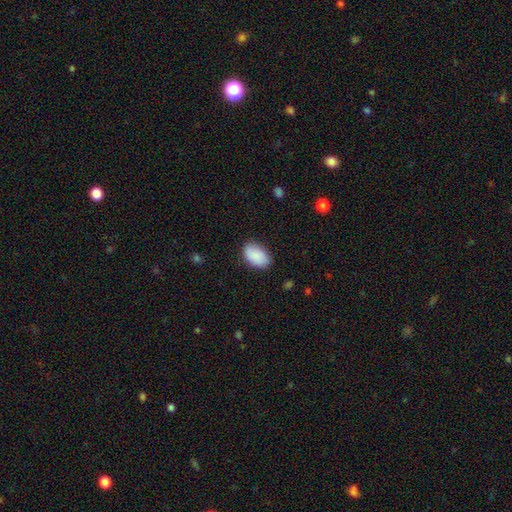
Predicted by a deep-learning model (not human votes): A smooth galaxy with no disk features (88%) that is in between round and cigar-shaped (92%). Merging: none (79%).